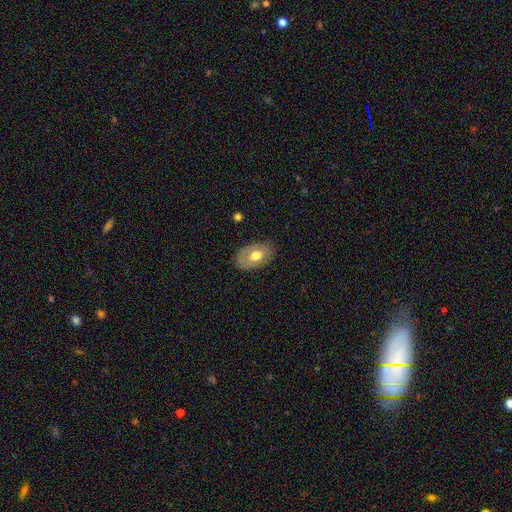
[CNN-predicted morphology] type=smooth (56%); roundness=in between (87%); merging=none (79%).